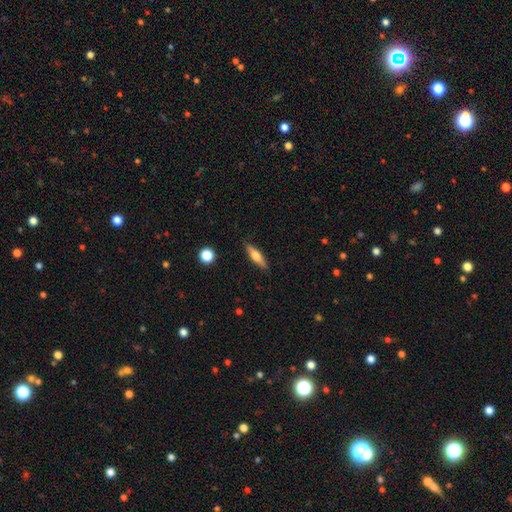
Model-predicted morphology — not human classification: Smooth or featured? Predicted: smooth (p=0.49). Merging? Predicted: none (p=0.86).